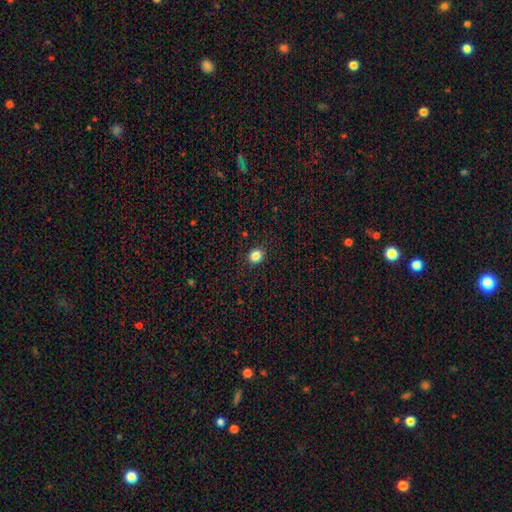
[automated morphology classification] Smooth or featured?
  - smooth: 84% *
  - star or artifact: 11%
  - featured or disk: 4%
How rounded?
  - round: 75% *
  - in between: 24%
  - cigar-shaped: 1%
Merging?
  - none: 91% *
  - minor disturbance: 6%
  - major disturbance: 2%
  - merger: 1%